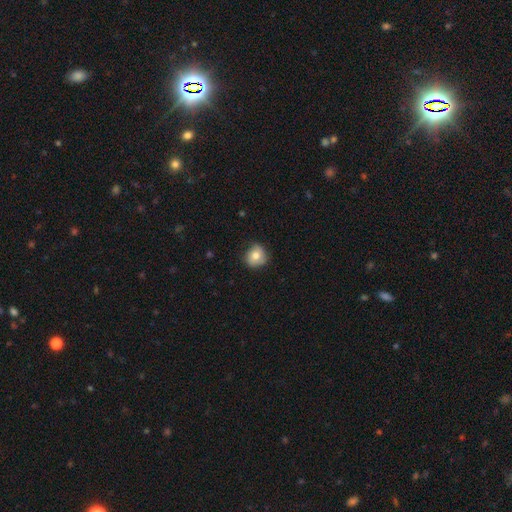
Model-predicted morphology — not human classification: type=smooth (73%); roundness=round (84%); merging=none (70%).